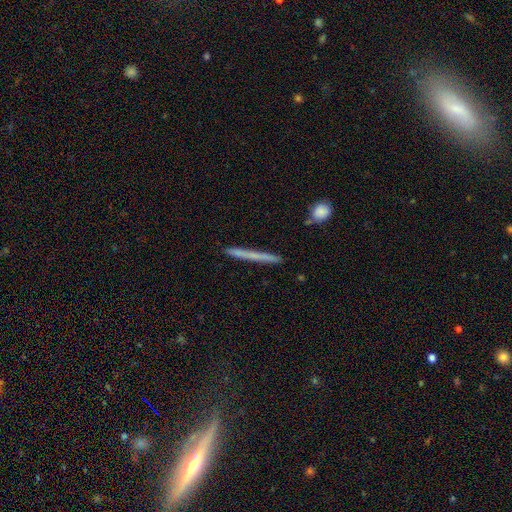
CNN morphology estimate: smooth 57%, featured or disk 37%, star or artifact 6%. Down the decision tree: how rounded — cigar-shaped (97%); merging — none (90%).